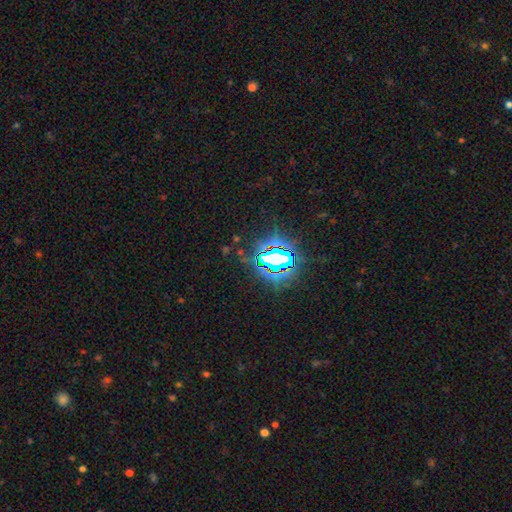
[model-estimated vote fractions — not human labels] This is clearly a star or artifact rather than a galaxy (84%).